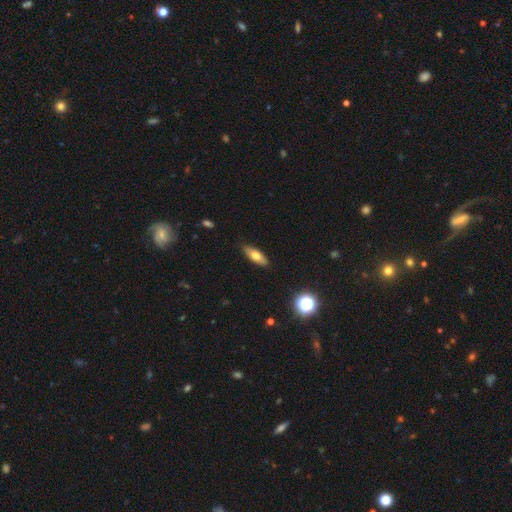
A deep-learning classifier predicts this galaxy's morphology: This is likely a smooth galaxy (71%). How rounded: likely in between (68%). Merging: clearly none (86%).